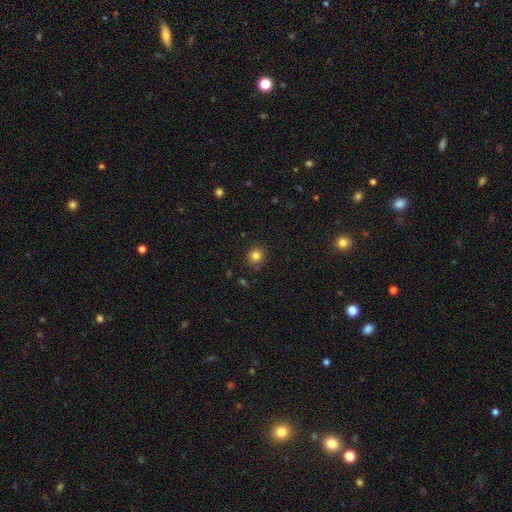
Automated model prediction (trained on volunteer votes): Overall: smooth (82%). How rounded: round (91%). Merging: none (88%).